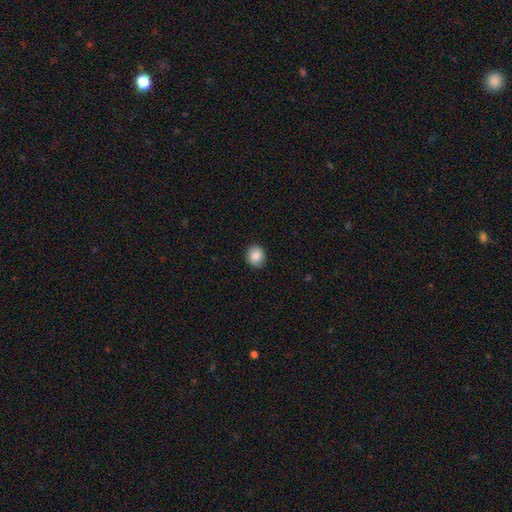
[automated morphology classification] A smooth galaxy with no disk features (87%) that is round (79%).

Vote fractions:
- Smooth or featured? smooth: 87% / star or artifact: 9% / featured or disk: 5%
- How rounded? round: 79% / in between: 20% / cigar-shaped: 1%
- Merging? none: 89% / minor disturbance: 8% / major disturbance: 2% / merger: 1%